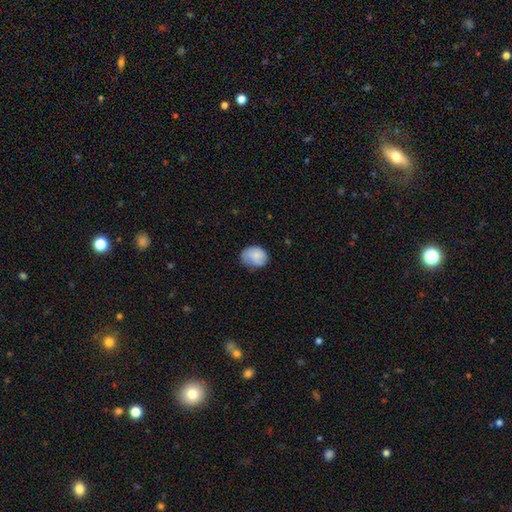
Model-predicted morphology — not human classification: A smooth galaxy with no disk features (81%) that is in between round and cigar-shaped (50%).

Vote fractions:
- Smooth or featured? smooth: 81% / featured or disk: 12% / star or artifact: 7%
- How rounded? in between: 50% / round: 49% / cigar-shaped: 1%
- Merging? none: 54% / minor disturbance: 35% / major disturbance: 9% / merger: 2%